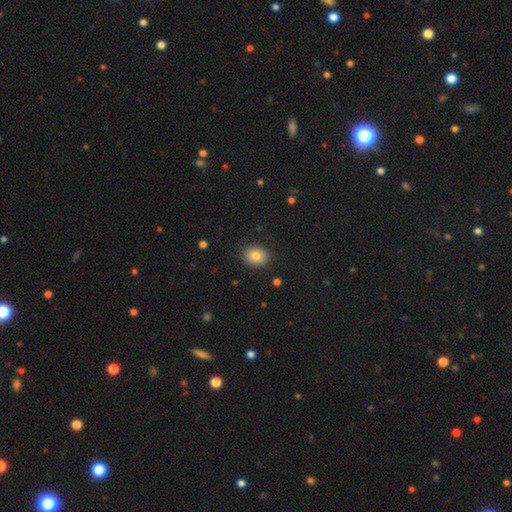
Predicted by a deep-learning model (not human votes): Smooth or featured: smooth — 84% (star or artifact — 9%)
How rounded: round — 56% (in between — 43%)
Merging: none — 86% (minor disturbance — 10%)